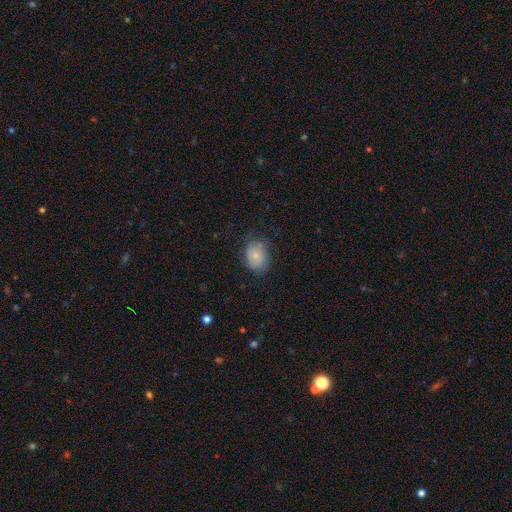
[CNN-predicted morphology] This appears to be a smooth galaxy with no disk features (67%) that is in between round and cigar-shaped (62%). Merging: none (72%).